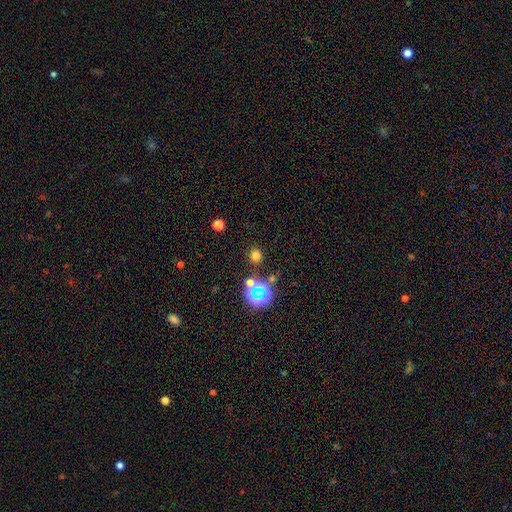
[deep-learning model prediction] A smooth galaxy with no disk features (69%) that is round (90%).

Vote fractions:
- Smooth or featured? smooth: 69% / star or artifact: 26% / featured or disk: 6%
- How rounded? round: 90% / in between: 9% / cigar-shaped: 1%
- Merging? none: 85% / minor disturbance: 7% / merger: 5% / major disturbance: 3%